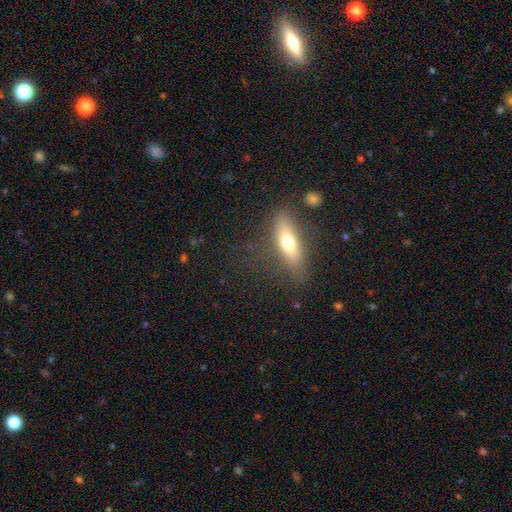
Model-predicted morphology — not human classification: type=featured or disk (46%); merging=none (70%).